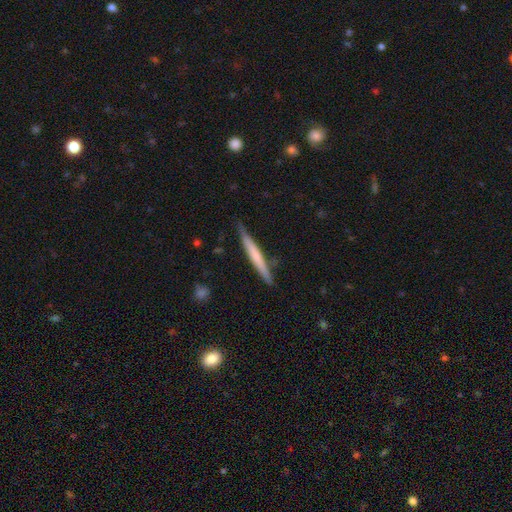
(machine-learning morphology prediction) This appears to be a smooth galaxy with no disk features (53%) that is cigar-shaped (96%). Merging: none (82%).